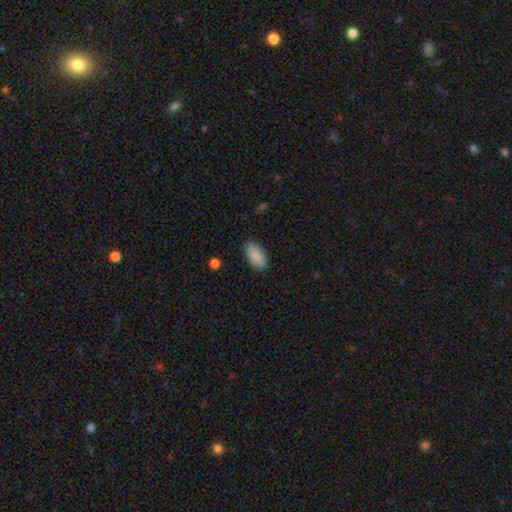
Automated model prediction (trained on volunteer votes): Smooth or featured?
  - smooth: 86% *
  - featured or disk: 7%
  - star or artifact: 7%
How rounded?
  - in between: 93% *
  - cigar-shaped: 4%
  - round: 3%
Merging?
  - none: 83% *
  - minor disturbance: 13%
  - major disturbance: 3%
  - merger: 1%